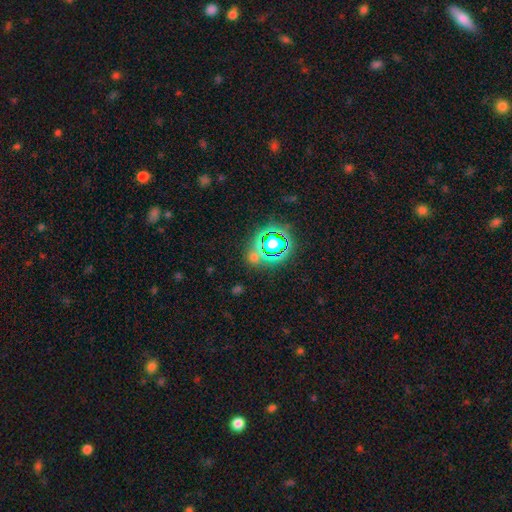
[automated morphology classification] smooth-or-featured: star or artifact: 66% | smooth: 25% | featured or disk: 9%